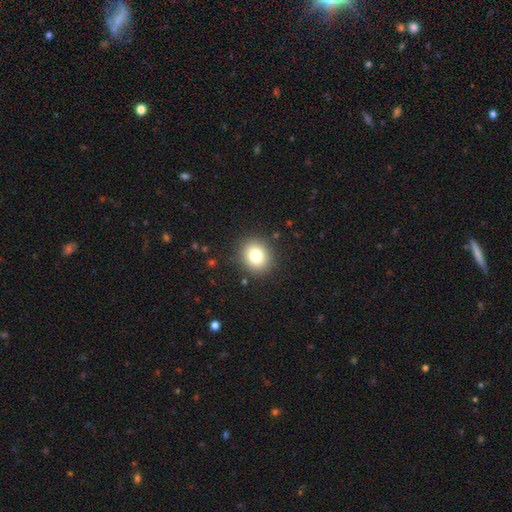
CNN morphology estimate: A smooth galaxy with no disk features (79%) that is round (78%).

Vote fractions:
- Smooth or featured? smooth: 79% / star or artifact: 12% / featured or disk: 9%
- How rounded? round: 78% / in between: 21% / cigar-shaped: 1%
- Merging? none: 89% / minor disturbance: 7% / major disturbance: 2% / merger: 1%